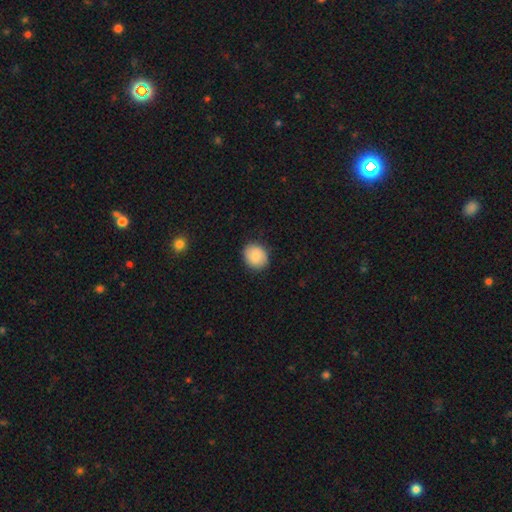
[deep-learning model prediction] A smooth galaxy with no disk features (84%) that is round (69%). Merging: none (87%).